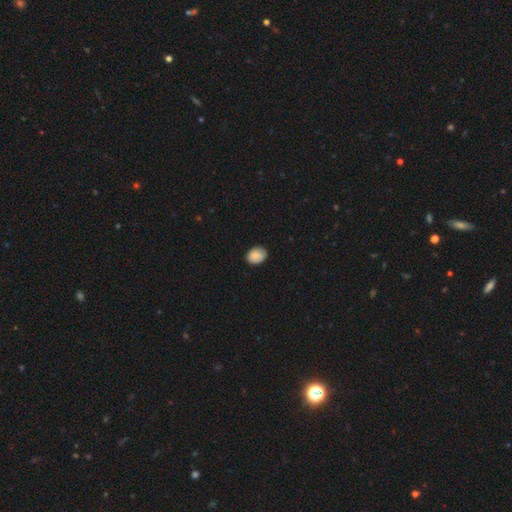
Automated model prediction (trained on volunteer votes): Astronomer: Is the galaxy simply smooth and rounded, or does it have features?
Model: smooth — 82%.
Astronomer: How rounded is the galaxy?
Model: in between — 62%.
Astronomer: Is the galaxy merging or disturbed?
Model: none — 81%.